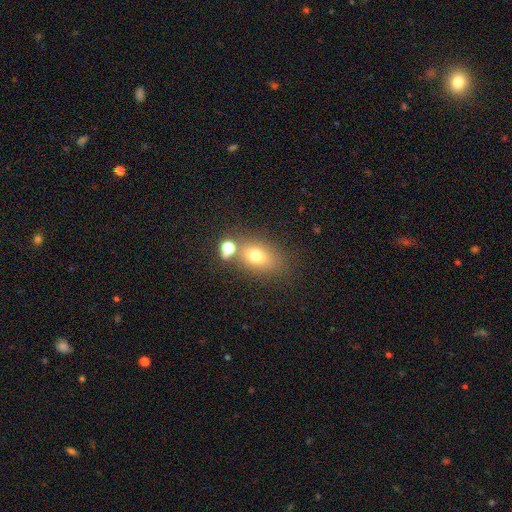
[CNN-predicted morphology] A smooth galaxy with no disk features (71%) that is in between round and cigar-shaped (70%). Merging: none (61%).